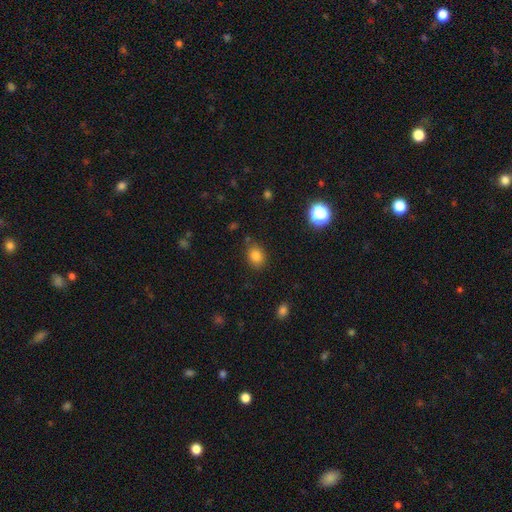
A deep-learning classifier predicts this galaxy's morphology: Smooth or featured? Predicted: smooth (p=0.82). How rounded? Predicted: round (p=0.50). Merging? Predicted: none (p=0.80).